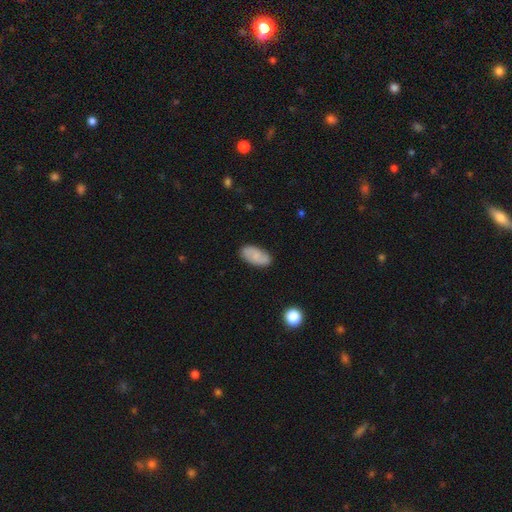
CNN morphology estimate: Smooth or featured? smooth (71%)
How rounded? in between (93%)
Merging? none (83%)